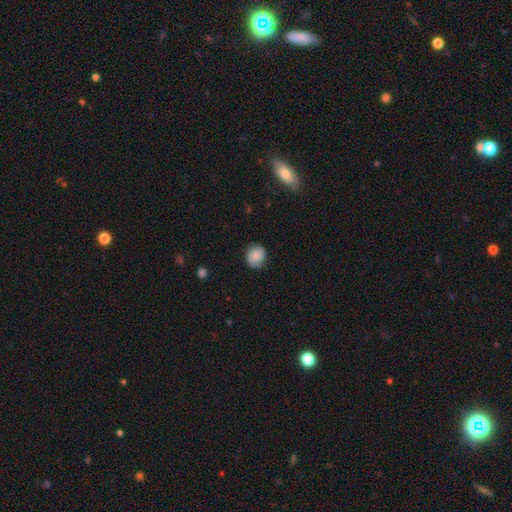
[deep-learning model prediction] Overall: smooth (59%; featured or disk 32%). How rounded: round (75%). Merging: none (76%).